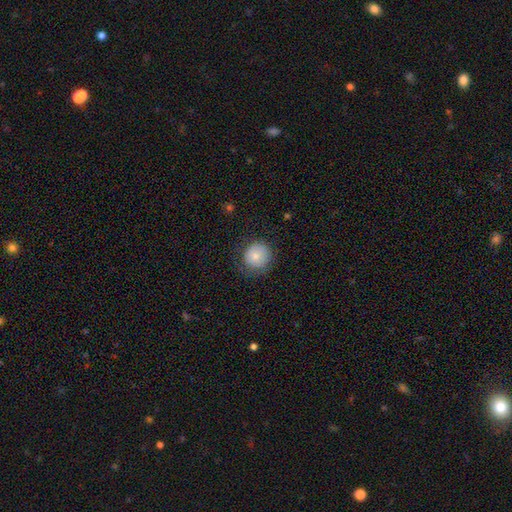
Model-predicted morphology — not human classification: This is likely a smooth galaxy (77%). How rounded: clearly round (90%). Merging: likely none (70%).